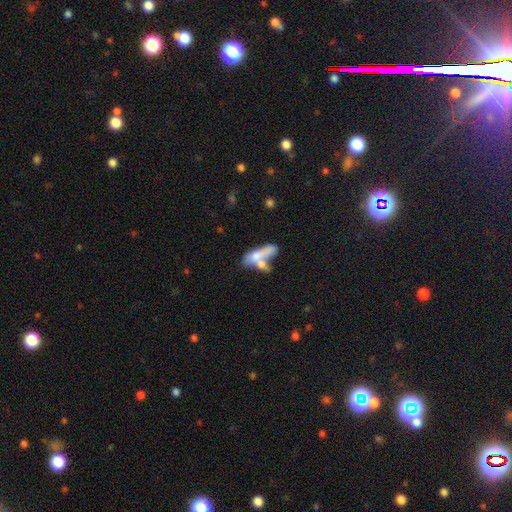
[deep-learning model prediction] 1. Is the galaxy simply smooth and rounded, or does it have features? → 62% smooth, 30% featured or disk, 8% star or artifact.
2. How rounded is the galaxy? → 52% in between, 43% cigar-shaped, 5% round.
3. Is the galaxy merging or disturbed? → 56% merger, 23% none, 11% minor disturbance, 10% major disturbance.